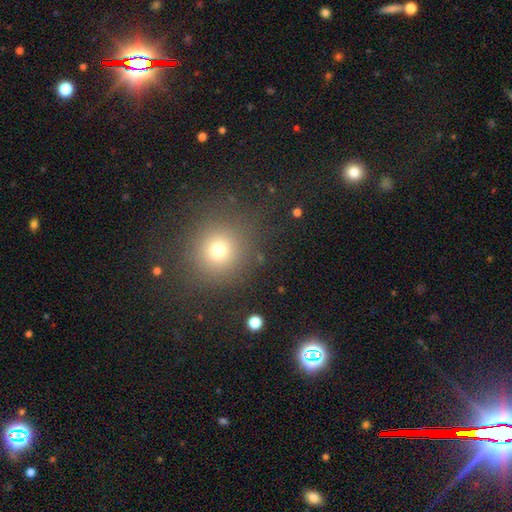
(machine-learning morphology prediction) smooth-or-featured: smooth: 54% | star or artifact: 36% | featured or disk: 9%
  how-rounded: round: 91% | in between: 8% | cigar-shaped: 1%
  merging: none: 88% | minor disturbance: 6% | major disturbance: 3% | merger: 2%